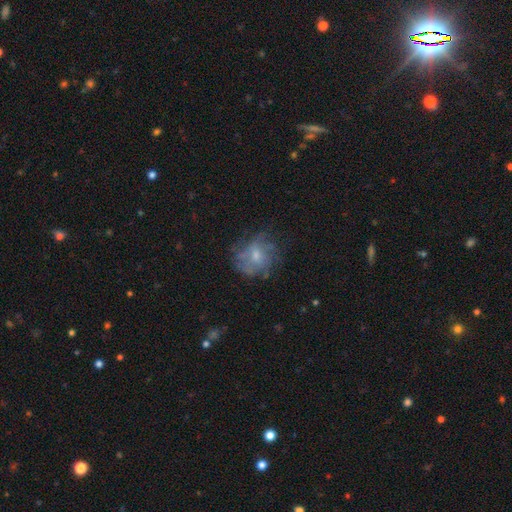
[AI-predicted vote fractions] Smooth or featured: featured or disk — 53% (smooth — 36%)
Edge-on disk: no — 97% (yes — 3%)
Bar: no — 74% (weak — 24%)
Spiral arms: yes — 57% (no — 43%)
Bulge size: small — 48% (moderate — 43%)
Merging: none — 60% (minor disturbance — 22%)